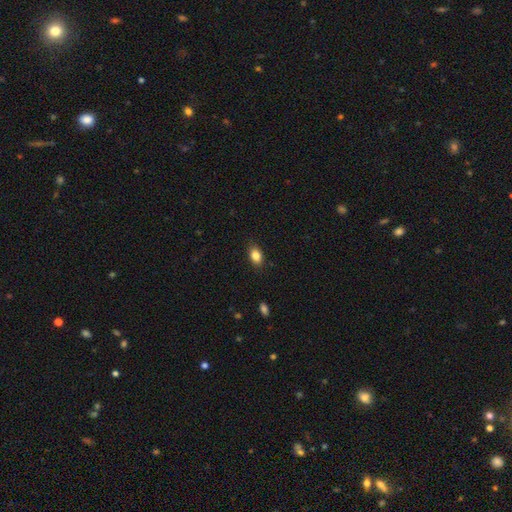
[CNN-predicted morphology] Smooth or featured? Predicted: smooth (p=0.84). How rounded? Predicted: in between (p=0.83). Merging? Predicted: none (p=0.85).